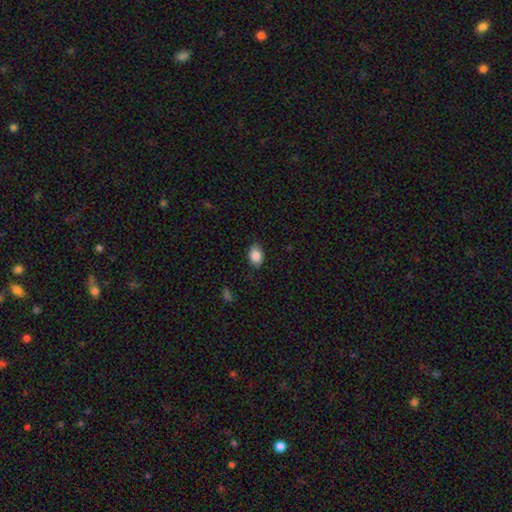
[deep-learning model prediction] Morphology: type=smooth (87%); roundness=in between (79%); merging=none (81%).